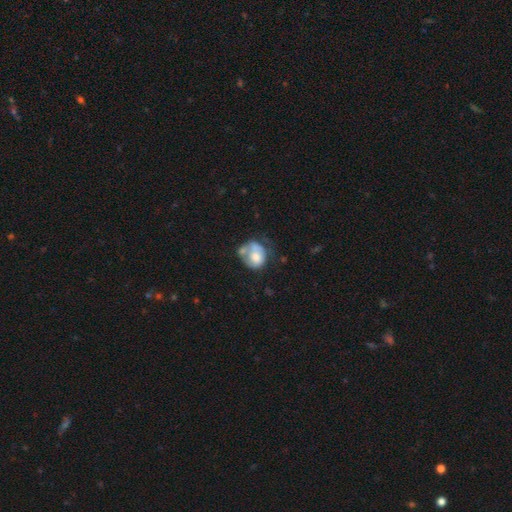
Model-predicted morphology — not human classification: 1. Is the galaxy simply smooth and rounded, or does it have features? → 60% smooth, 33% featured or disk, 8% star or artifact.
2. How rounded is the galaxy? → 63% round, 36% in between, 1% cigar-shaped.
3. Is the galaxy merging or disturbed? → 28% merger (tied), 28% none (tied), 24% minor disturbance, 20% major disturbance.